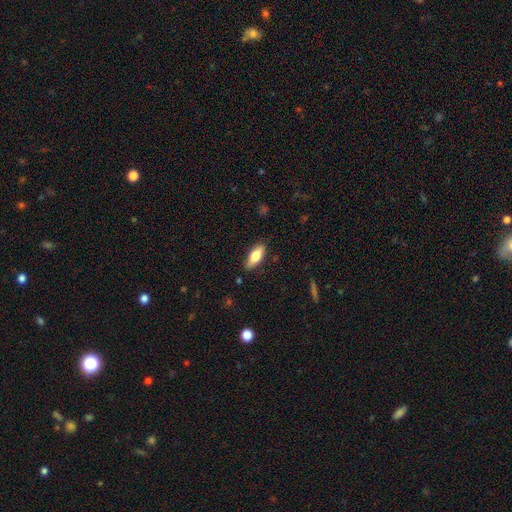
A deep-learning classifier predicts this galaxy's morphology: smooth_or_featured: smooth (p=0.71) [alt: featured or disk p=0.22]
how_rounded: in between (p=0.73) [alt: cigar-shaped p=0.24]
merging: none (p=0.86) [alt: minor disturbance p=0.11]